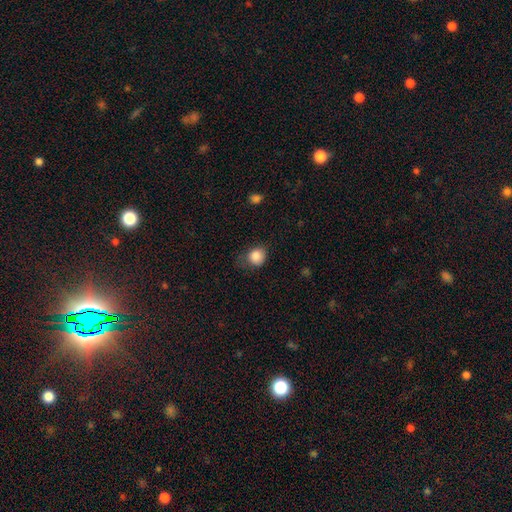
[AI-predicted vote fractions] smooth_or_featured: smooth (p=0.85) [alt: star or artifact p=0.10]
how_rounded: round (p=0.68) [alt: in between p=0.31]
merging: none (p=0.51) [alt: minor disturbance p=0.34]